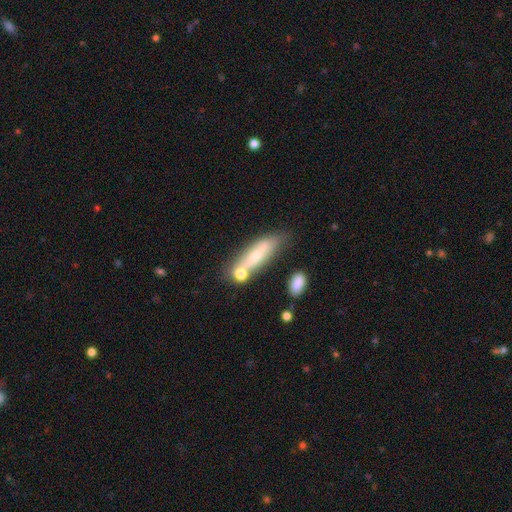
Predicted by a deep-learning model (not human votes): A smooth galaxy with no disk features (60%) that is cigar-shaped (60%).

Vote fractions:
- Smooth or featured? smooth: 60% / featured or disk: 31% / star or artifact: 8%
- How rounded? cigar-shaped: 60% / in between: 36% / round: 3%
- Merging? none: 56% / minor disturbance: 20% / merger: 18% / major disturbance: 7%